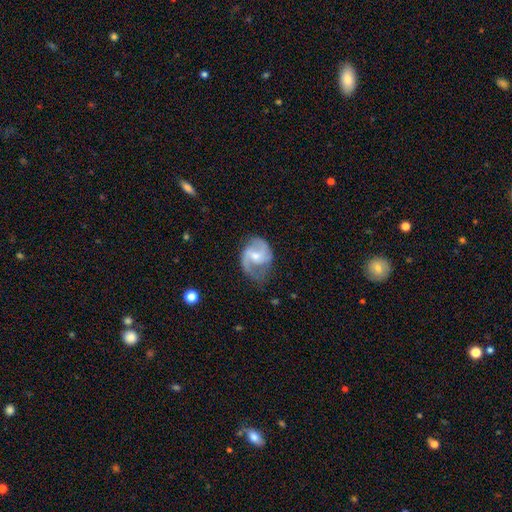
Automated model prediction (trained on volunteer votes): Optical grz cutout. It shows a featured or disk galaxy (82%) with a weak bar (53%), 2 (85%) medium (52%) spiral arms (94%) and a moderate central bulge (48%). Merging: none (60%).